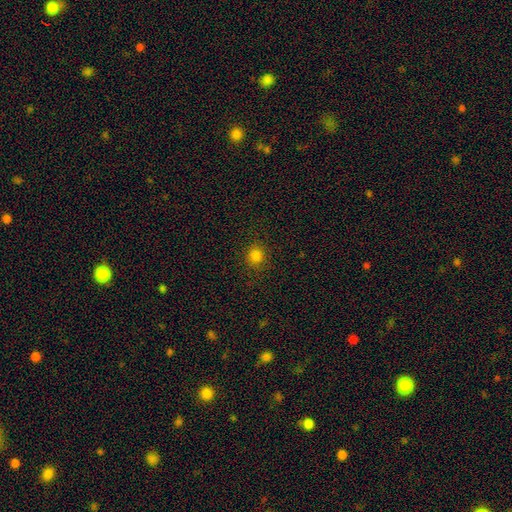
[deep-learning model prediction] smooth 82%, star or artifact 14%, featured or disk 4%. Down the decision tree: how rounded — round (83%); merging — none (88%).